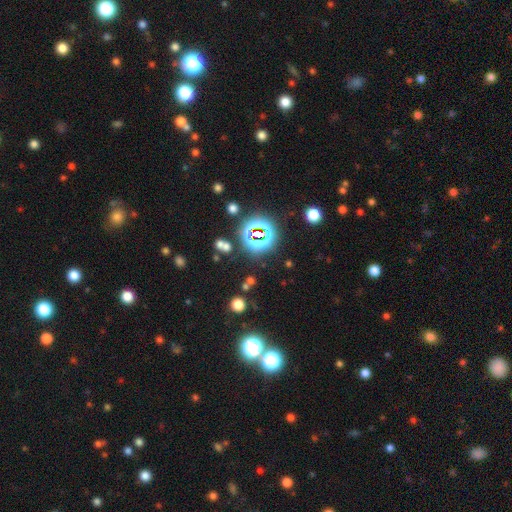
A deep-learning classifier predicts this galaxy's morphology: A star or artifact, not a galaxy (77%).